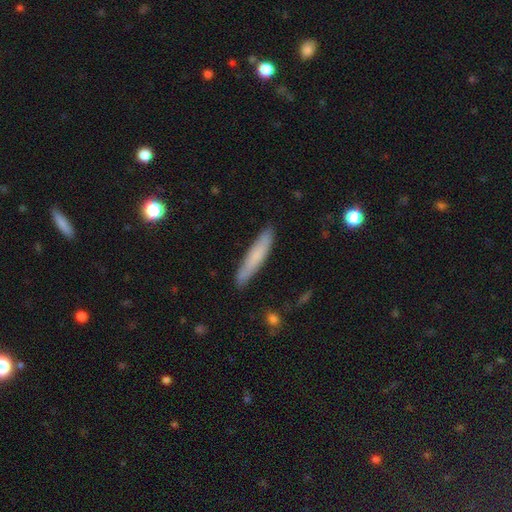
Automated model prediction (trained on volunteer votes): Smooth or featured?
  - smooth: 72% *
  - featured or disk: 22%
  - star or artifact: 7%
How rounded?
  - cigar-shaped: 91% *
  - in between: 7%
  - round: 1%
Merging?
  - none: 87% *
  - minor disturbance: 10%
  - major disturbance: 2%
  - merger: 1%